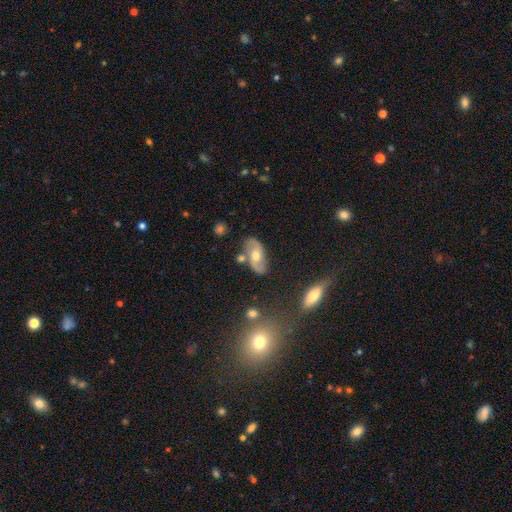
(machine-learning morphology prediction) Smooth or featured? Predicted: featured or disk (p=0.59). Edge-on disk? Predicted: no (p=0.91). Bar? Predicted: no (p=0.58). Spiral arms? Predicted: yes (p=0.76). Bulge size? Predicted: moderate (p=0.73). Merging? Predicted: none (p=0.68).